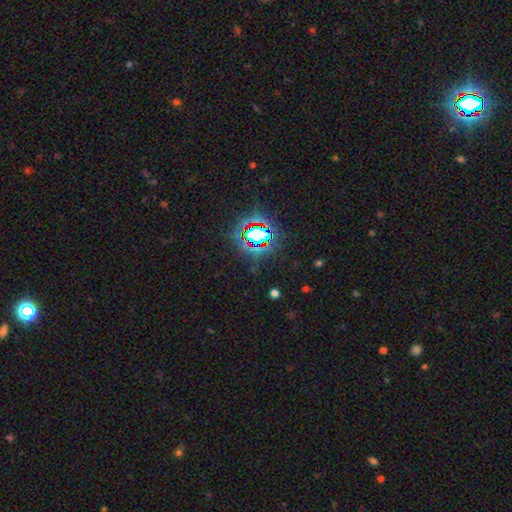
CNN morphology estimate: smooth_or_featured: star or artifact (p=0.81) [alt: smooth p=0.11]